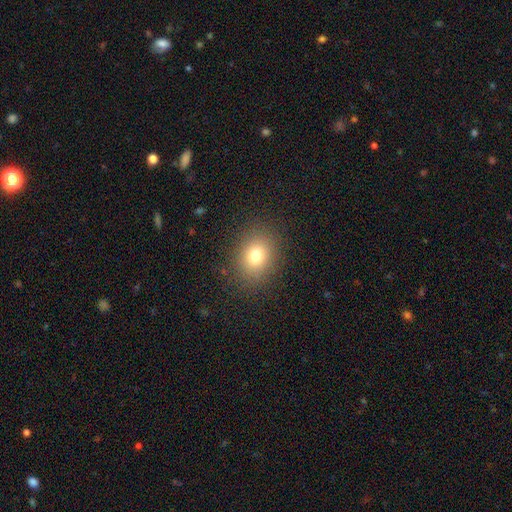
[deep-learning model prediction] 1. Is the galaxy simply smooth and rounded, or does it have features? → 76% smooth, 14% star or artifact, 10% featured or disk.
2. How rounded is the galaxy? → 52% round, 47% in between, 1% cigar-shaped.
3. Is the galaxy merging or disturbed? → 86% none, 9% minor disturbance, 4% major disturbance, 1% merger.